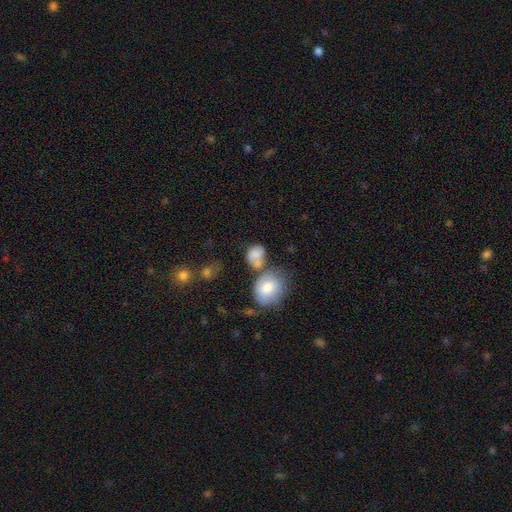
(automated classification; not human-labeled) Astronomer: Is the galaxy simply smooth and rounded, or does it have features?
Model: smooth — 78%.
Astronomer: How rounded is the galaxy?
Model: round — 54% (runner-up: in between, 44%).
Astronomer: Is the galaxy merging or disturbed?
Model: merger — 37% (runner-up: none, 36%).